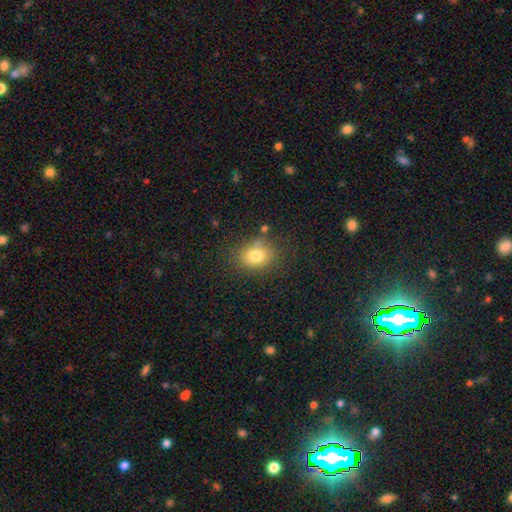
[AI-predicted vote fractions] This appears to be a smooth galaxy with no disk features (79%) that is in between round and cigar-shaped (56%). Merging: none (76%).